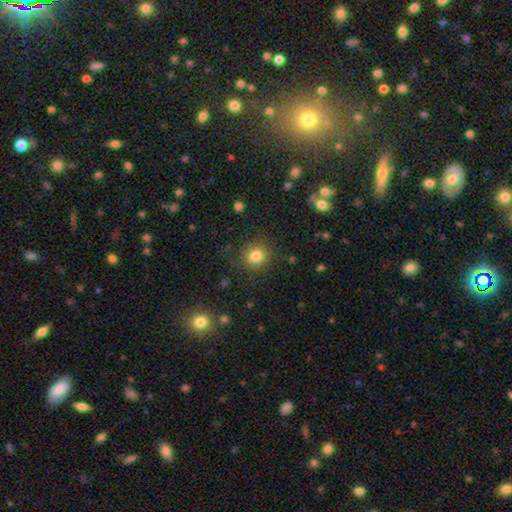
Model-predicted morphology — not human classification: Smooth or featured?
  - smooth: 81% *
  - star or artifact: 12%
  - featured or disk: 6%
How rounded?
  - round: 85% *
  - in between: 14%
  - cigar-shaped: 1%
Merging?
  - none: 84% *
  - minor disturbance: 10%
  - major disturbance: 4%
  - merger: 2%